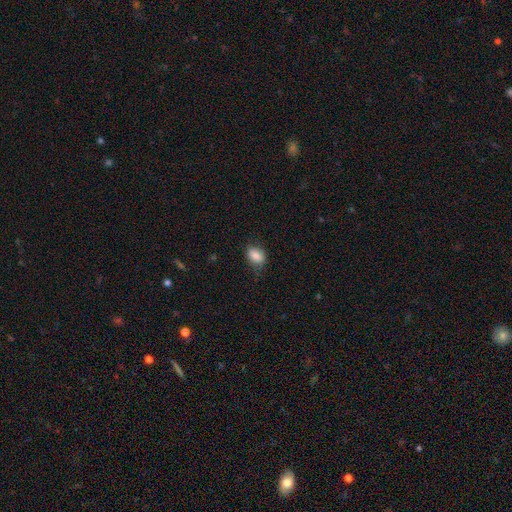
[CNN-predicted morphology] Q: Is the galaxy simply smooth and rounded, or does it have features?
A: smooth — 83%.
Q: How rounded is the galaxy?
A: in between — 74%.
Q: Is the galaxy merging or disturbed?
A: none — 71%.